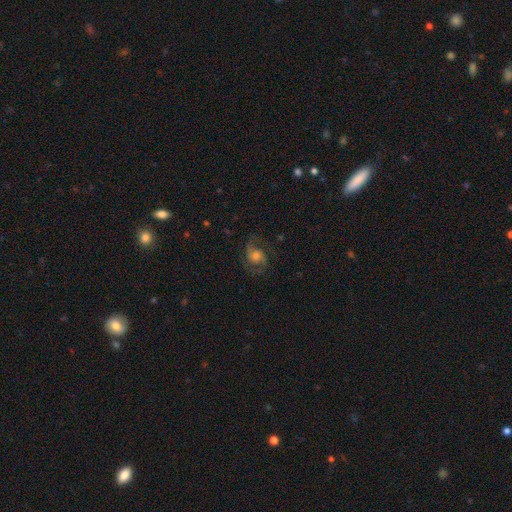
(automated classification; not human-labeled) A featured or disk galaxy (75%) with no bar (67%), 2 (87%) medium (54%) spiral arms (94%) and a moderate central bulge (55%). Merging: none (72%).